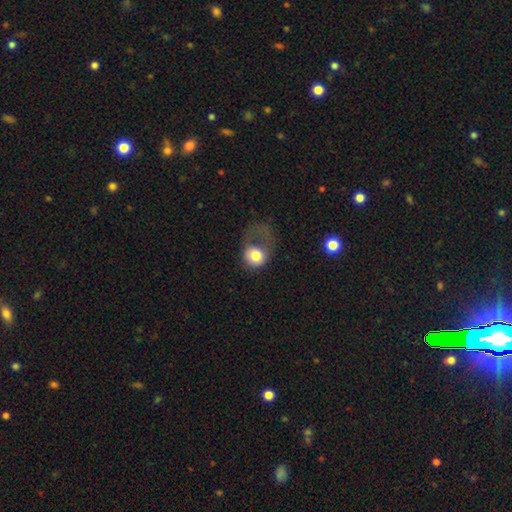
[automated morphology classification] This is likely a smooth galaxy (74%). How rounded: likely round (69%). Merging: likely major disturbance (63%).